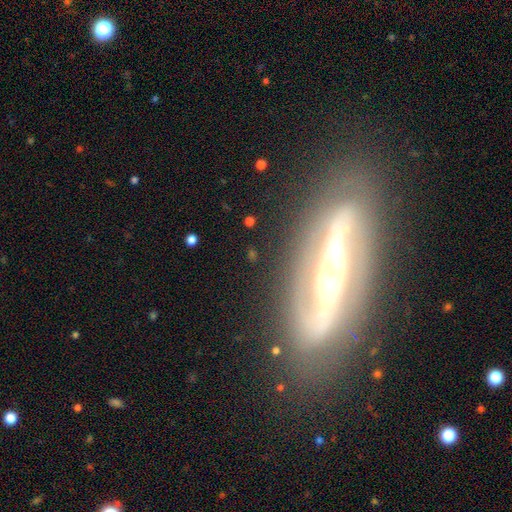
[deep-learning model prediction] Q: Smooth or featured?
A: featured or disk (84%); runner-up: smooth (9%)
Q: Edge-on disk?
A: no (65%); runner-up: yes (35%)
Q: Bar?
A: strong (76%); runner-up: weak (12%)
Q: Spiral arms?
A: yes (69%); runner-up: no (31%)
Q: Bulge size?
A: moderate (44%); runner-up: large (25%)
Q: Merging?
A: none (77%); runner-up: minor disturbance (13%)